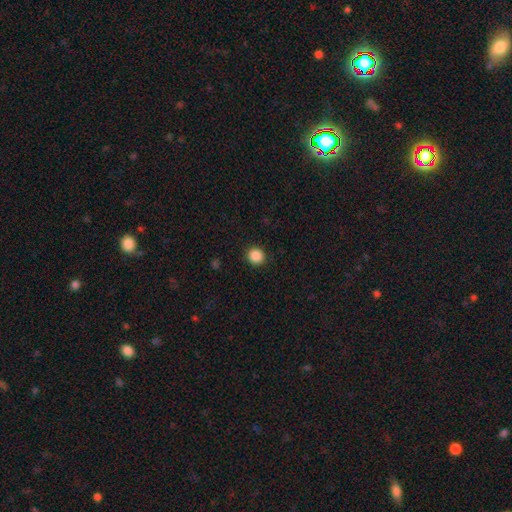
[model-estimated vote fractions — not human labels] Smooth or featured? Predicted: smooth (p=0.88). How rounded? Predicted: round (p=0.92). Merging? Predicted: none (p=0.92).